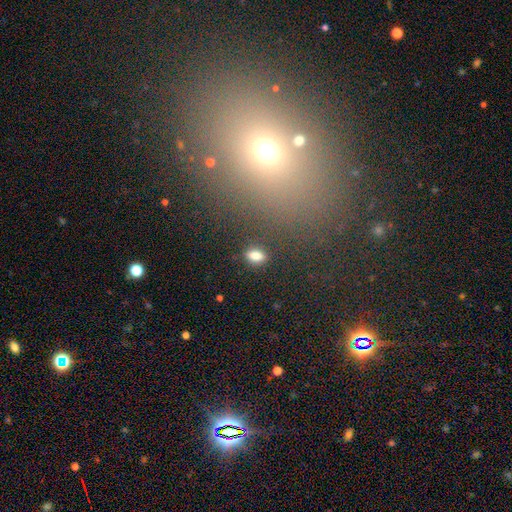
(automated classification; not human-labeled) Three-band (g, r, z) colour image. It shows a smooth galaxy with no disk features (81%) that is in between round and cigar-shaped (82%). Merging: none (83%).